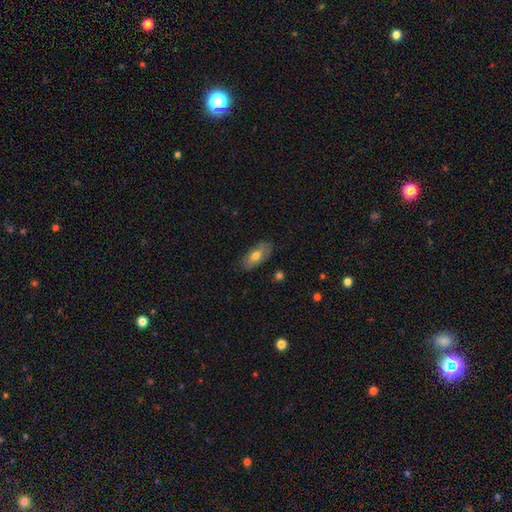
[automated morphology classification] Smooth or featured: smooth — 57% (featured or disk — 37%)
How rounded: in between — 90% (cigar-shaped — 6%)
Merging: none — 78% (minor disturbance — 16%)